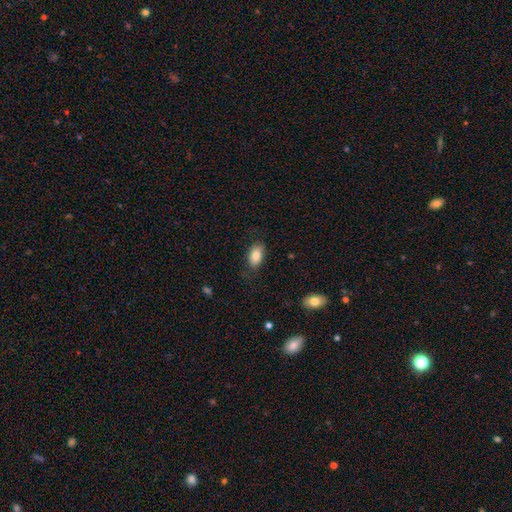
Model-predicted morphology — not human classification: smooth-or-featured: smooth: 84% | featured or disk: 8% | star or artifact: 7%
  how-rounded: in between: 91% | round: 7% | cigar-shaped: 2%
  merging: none: 78% | minor disturbance: 16% | major disturbance: 5% | merger: 1%